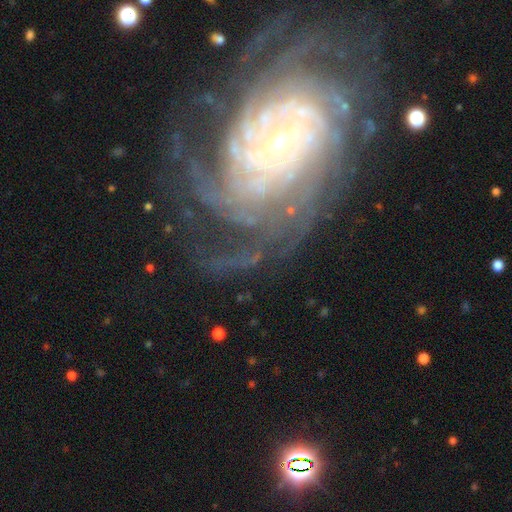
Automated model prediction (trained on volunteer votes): Smooth or featured: featured or disk — 88% (star or artifact — 7%)
Edge-on disk: no — 97% (yes — 3%)
Bar: no — 56% (weak — 29%)
Spiral arms: yes — 98% (no — 2%)
Spiral winding: tight — 75% (medium — 20%)
Spiral arm count: more than 4 — 30% (can't tell — 24%)
Bulge size: small — 83% (moderate — 10%)
Merging: none — 67% (minor disturbance — 17%)